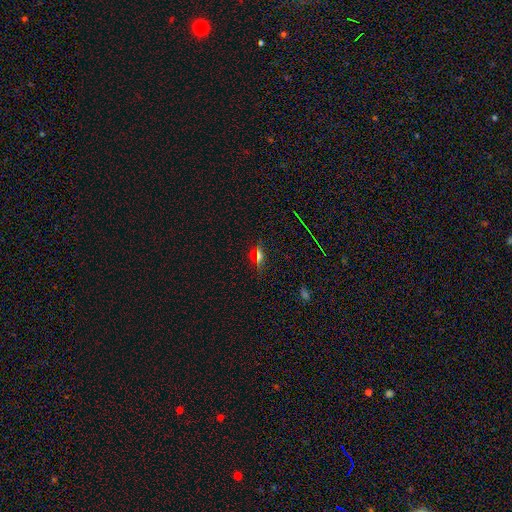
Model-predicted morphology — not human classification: Smooth or featured? Predicted: star or artifact (p=0.42).